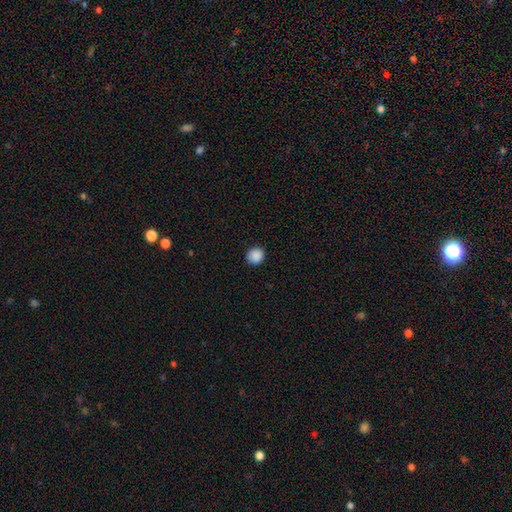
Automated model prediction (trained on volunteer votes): Smooth or featured?
  - smooth: 88% *
  - star or artifact: 9%
  - featured or disk: 3%
How rounded?
  - round: 86% *
  - in between: 13%
  - cigar-shaped: 1%
Merging?
  - none: 89% *
  - minor disturbance: 8%
  - major disturbance: 2%
  - merger: 1%